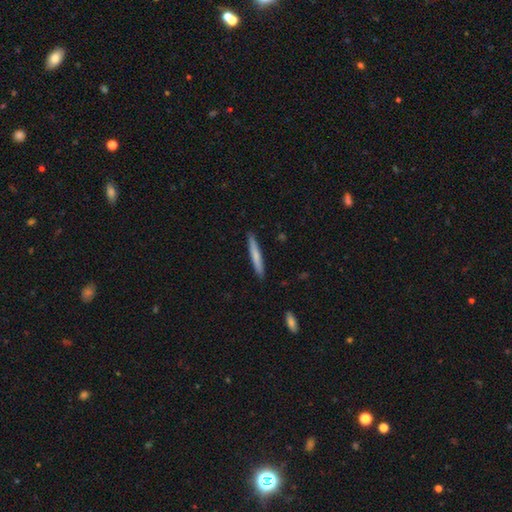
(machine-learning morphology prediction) The model was most divided on "smooth or featured": smooth: 70%, featured or disk: 24%, star or artifact: 5%. More confident: how rounded — cigar-shaped (95%); merging — none (91%).